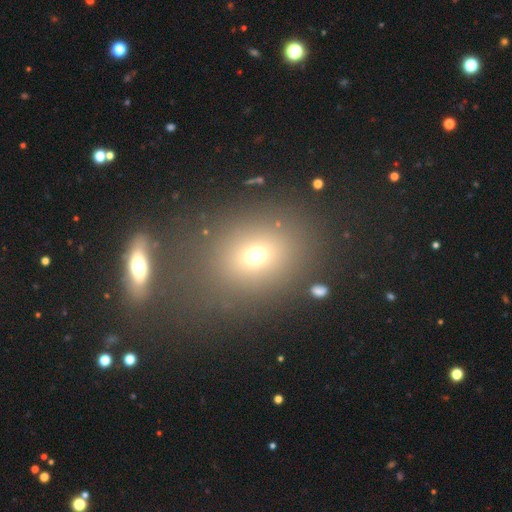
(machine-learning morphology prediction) Smooth or featured: smooth — 65% (star or artifact — 22%)
How rounded: round — 58% (in between — 40%)
Merging: none — 72% (merger — 12%)